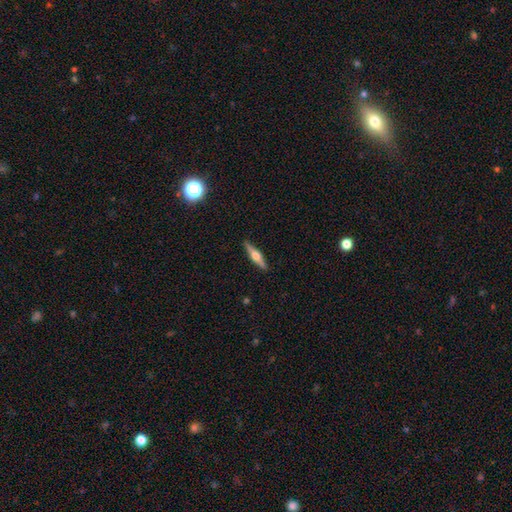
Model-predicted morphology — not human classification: Smooth or featured?
  - featured or disk: 65% *
  - smooth: 29%
  - star or artifact: 6%
Edge-on disk?
  - yes: 97% *
  - no: 3%
Edge-on bulge?
  - rounded: 95% *
  - boxy: 3%
  - none: 2%
Merging?
  - none: 91% *
  - minor disturbance: 7%
  - major disturbance: 1%
  - merger: 1%